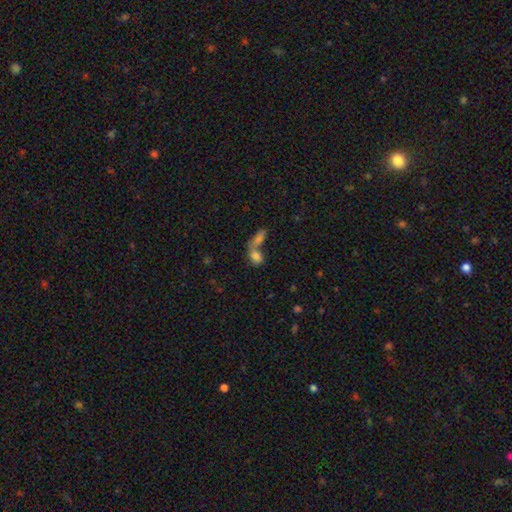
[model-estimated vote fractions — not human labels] A smooth galaxy with no disk features (78%) that is in between round and cigar-shaped (83%). Merging: merger (68%).